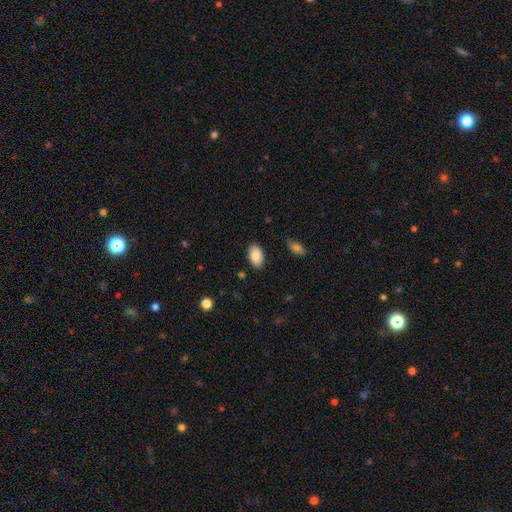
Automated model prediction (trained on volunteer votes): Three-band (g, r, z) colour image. It shows a smooth galaxy with no disk features (87%) that is in between round and cigar-shaped (93%). Merging: none (87%).